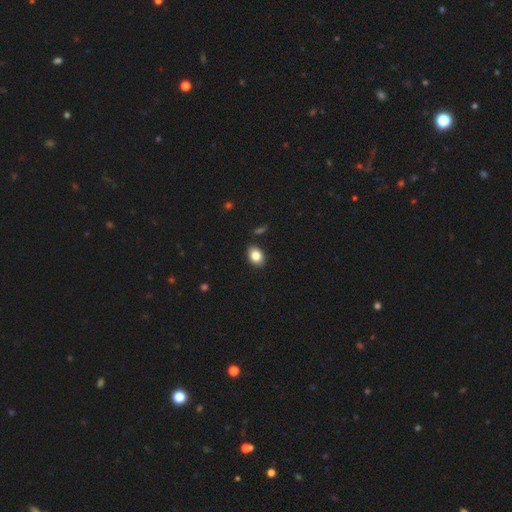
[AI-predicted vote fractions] Morphology: type=smooth (82%); roundness=in between (80%); merging=none (88%).